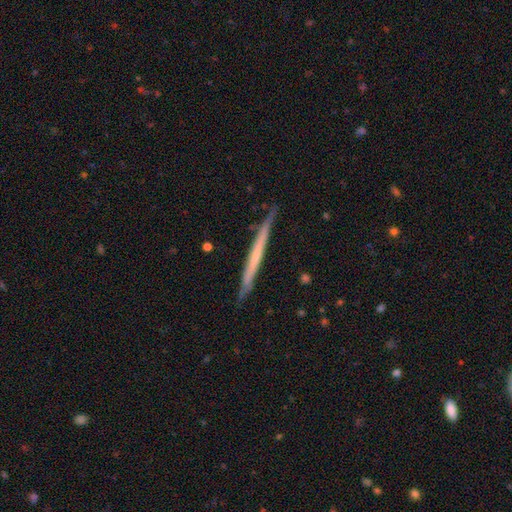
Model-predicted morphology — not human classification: Smooth or featured: featured or disk — 55% (smooth — 39%)
Edge-on disk: yes — 97% (no — 3%)
Edge-on bulge: none — 87% (rounded — 9%)
Merging: none — 88% (minor disturbance — 9%)